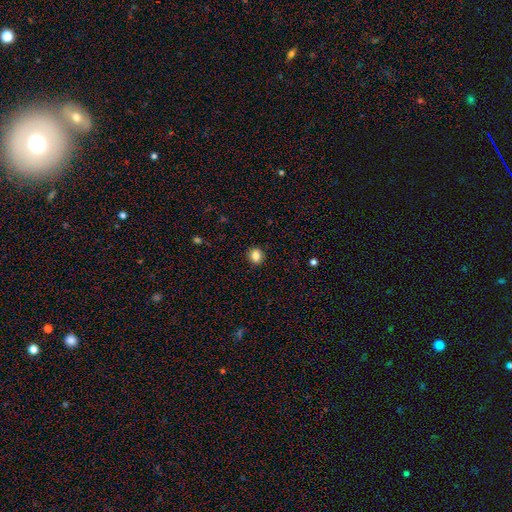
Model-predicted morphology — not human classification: This appears to be a smooth galaxy with no disk features (85%) that is round (75%). Merging: none (92%).